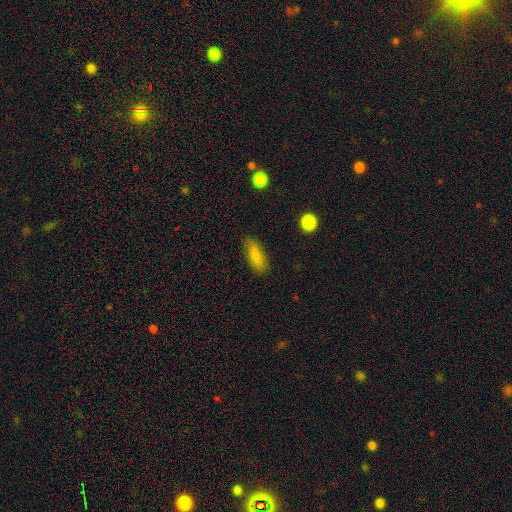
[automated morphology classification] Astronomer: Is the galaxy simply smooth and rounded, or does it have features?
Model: smooth — 81%.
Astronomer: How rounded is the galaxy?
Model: in between — 73%.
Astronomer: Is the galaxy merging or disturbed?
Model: none — 80%.